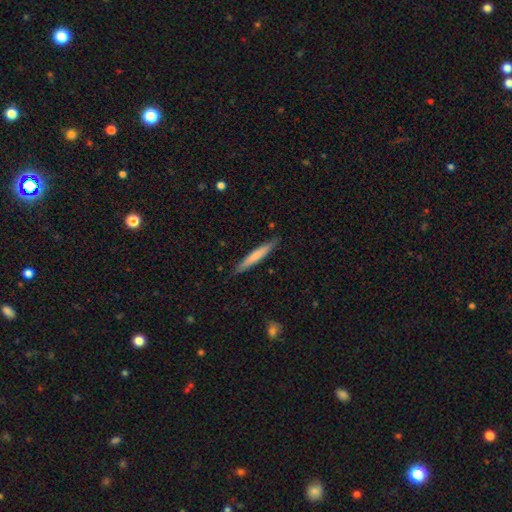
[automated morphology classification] type=smooth (67%); roundness=cigar-shaped (95%); merging=none (88%).